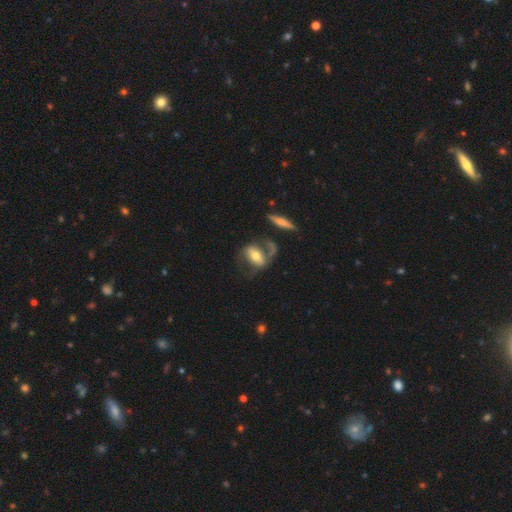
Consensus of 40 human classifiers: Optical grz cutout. It shows a featured or disk galaxy (52%) with a weak bar (39%), 2 (64%) medium (55%) spiral arms (61%) and a moderate central bulge (67%). Merging: major disturbance (51%).